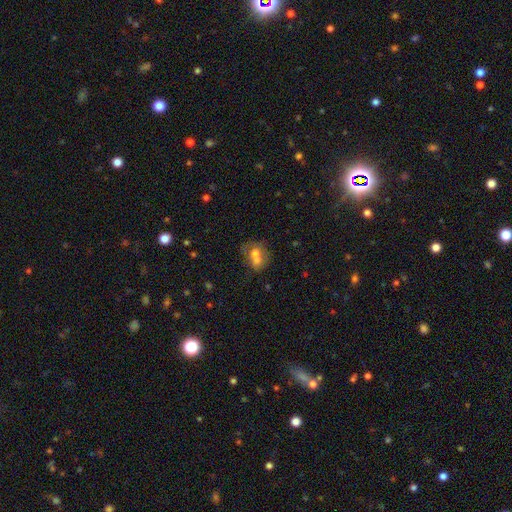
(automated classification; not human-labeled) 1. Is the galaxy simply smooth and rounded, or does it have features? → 59% smooth, 31% featured or disk, 11% star or artifact.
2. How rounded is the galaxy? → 53% round, 46% in between, 1% cigar-shaped.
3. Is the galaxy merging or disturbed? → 67% merger, 20% none, 8% minor disturbance, 5% major disturbance.